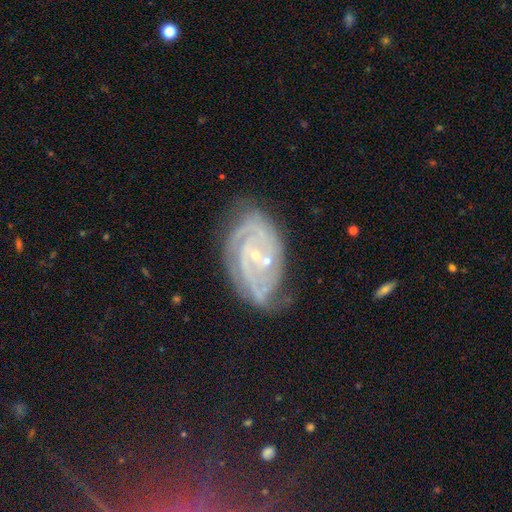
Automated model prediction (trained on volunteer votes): Morphology: type=featured or disk (86%); edge-on=no (97%); bar=no (49%); spiral arms=yes (97%); winding=tight (72%); arm count=2 (40%); bulge=small (79%); merging=none (66%).